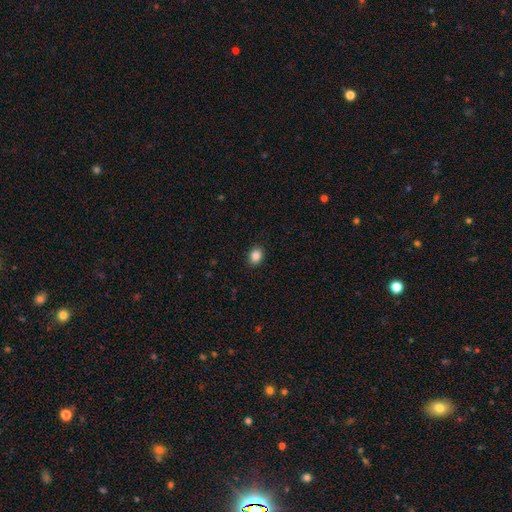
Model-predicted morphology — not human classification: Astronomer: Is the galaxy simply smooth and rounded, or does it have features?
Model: smooth — 87%.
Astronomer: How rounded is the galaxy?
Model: in between — 55% (runner-up: round, 44%).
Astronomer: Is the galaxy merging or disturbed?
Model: none — 91%.